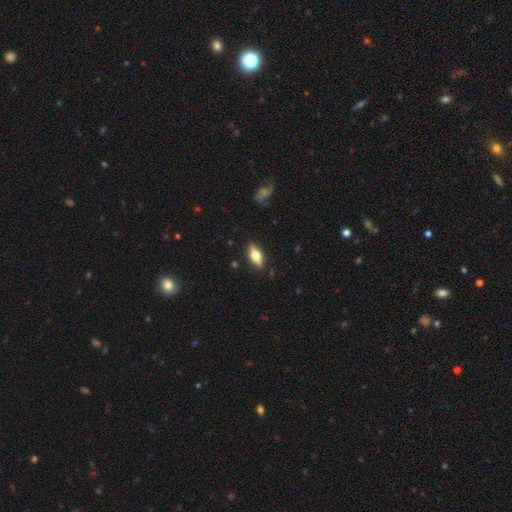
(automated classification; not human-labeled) A smooth galaxy with no disk features (54%) that is in between round and cigar-shaped (74%).

Vote fractions:
- Smooth or featured? smooth: 54% / featured or disk: 39% / star or artifact: 7%
- How rounded? in between: 74% / cigar-shaped: 22% / round: 4%
- Merging? none: 87% / minor disturbance: 10% / major disturbance: 2% / merger: 1%